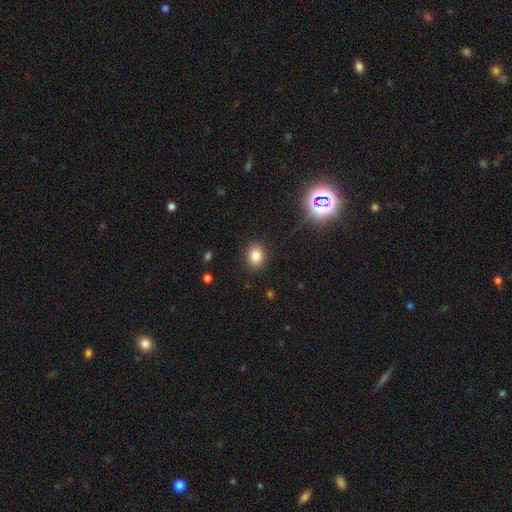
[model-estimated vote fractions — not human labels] A smooth galaxy with no disk features (81%) that is round (58%). Merging: none (88%).